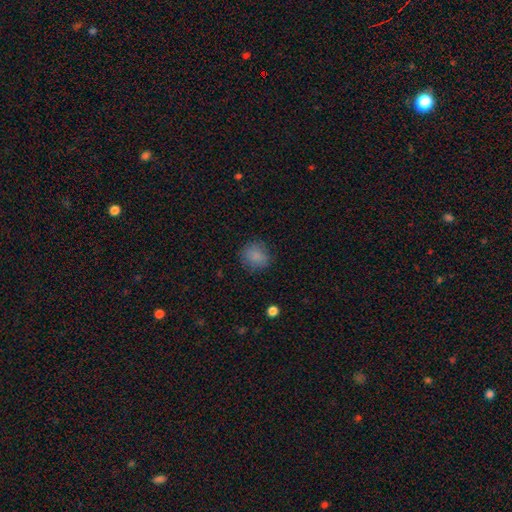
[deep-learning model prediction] This appears to be a smooth galaxy with no disk features (84%) that is round (73%). Merging: none (81%).